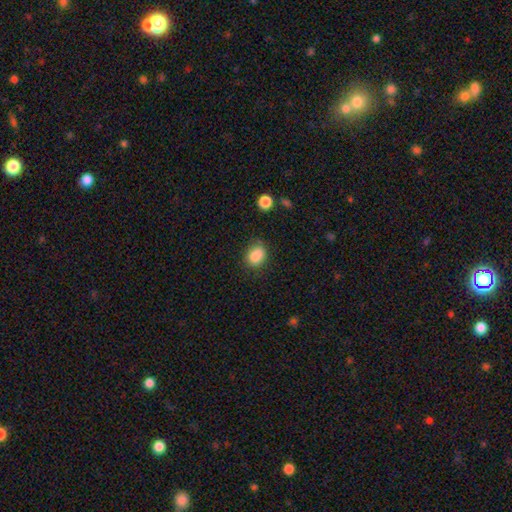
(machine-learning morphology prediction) Smooth or featured: smooth — 85% (star or artifact — 9%)
How rounded: in between — 57% (round — 42%)
Merging: none — 70% (minor disturbance — 21%)